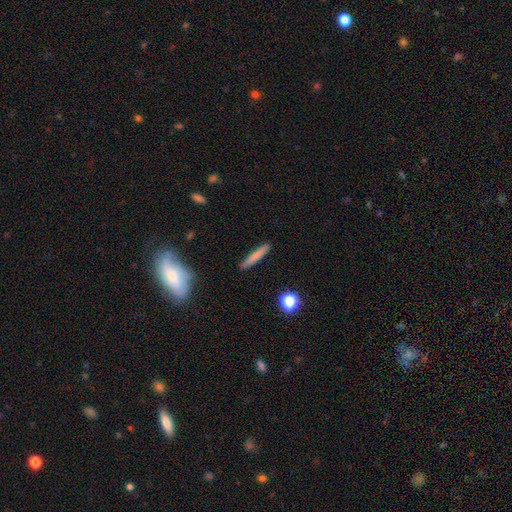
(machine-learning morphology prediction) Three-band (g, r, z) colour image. It shows a smooth galaxy with no disk features (75%) that is cigar-shaped (92%). Merging: none (89%).